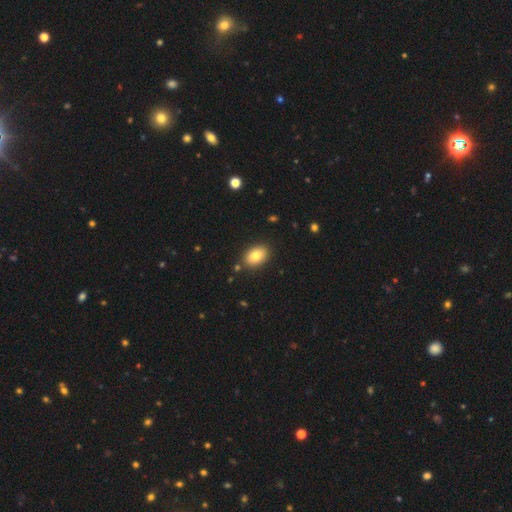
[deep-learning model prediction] Q: Smooth or featured?
A: smooth (82%); runner-up: featured or disk (10%)
Q: How rounded?
A: in between (86%); runner-up: round (13%)
Q: Merging?
A: none (87%); runner-up: minor disturbance (9%)